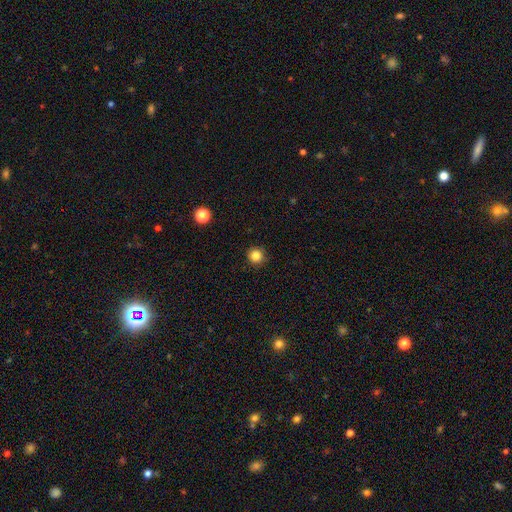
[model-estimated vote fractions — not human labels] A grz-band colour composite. It shows a smooth galaxy with no disk features (84%) that is round (95%). Merging: none (92%).